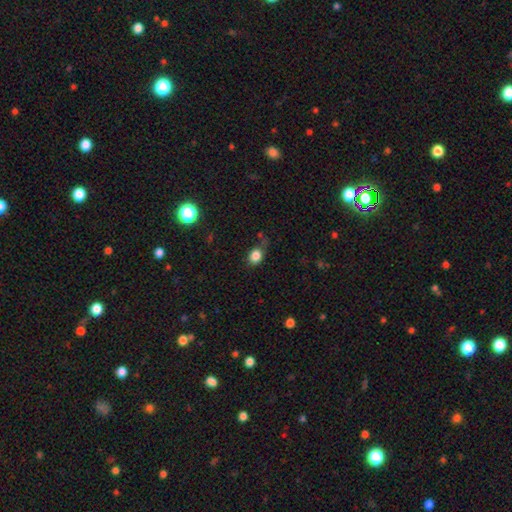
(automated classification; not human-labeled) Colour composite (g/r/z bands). It shows a smooth galaxy with no disk features (83%) that is round (53%). Merging: none (63%).